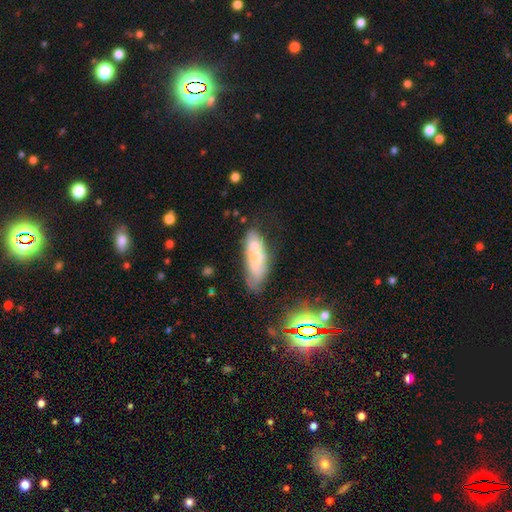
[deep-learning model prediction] Smooth or featured? smooth (56%)
How rounded? cigar-shaped (49%)
Merging? none (52%)